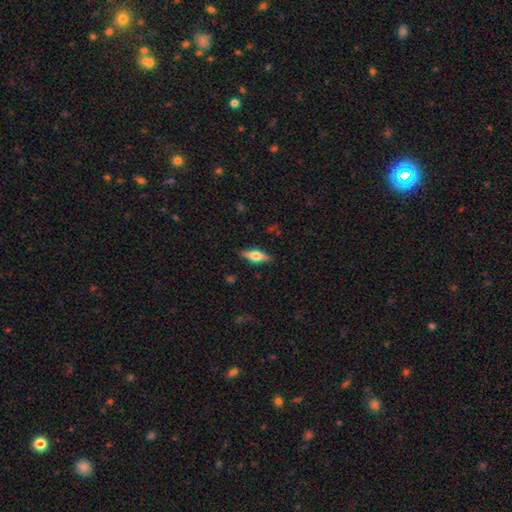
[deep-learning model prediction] The model was most divided on "smooth or featured": featured or disk: 47%, smooth: 46%, star or artifact: 7%. More confident: merging — none (87%).